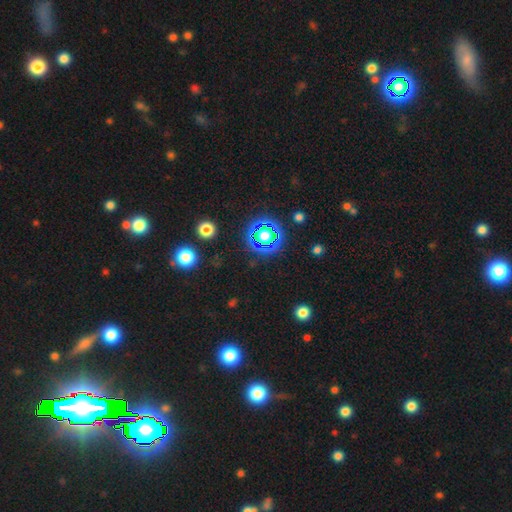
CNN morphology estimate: This is likely a star or artifact rather than a galaxy (76%).